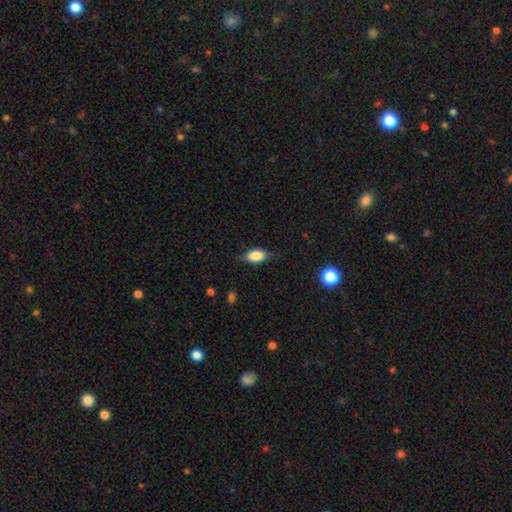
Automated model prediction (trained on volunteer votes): A smooth galaxy with no disk features (68%) that is in between round and cigar-shaped (82%).

Vote fractions:
- Smooth or featured? smooth: 68% / featured or disk: 23% / star or artifact: 9%
- How rounded? in between: 82% / round: 11% / cigar-shaped: 7%
- Merging? none: 69% / minor disturbance: 23% / major disturbance: 7% / merger: 1%